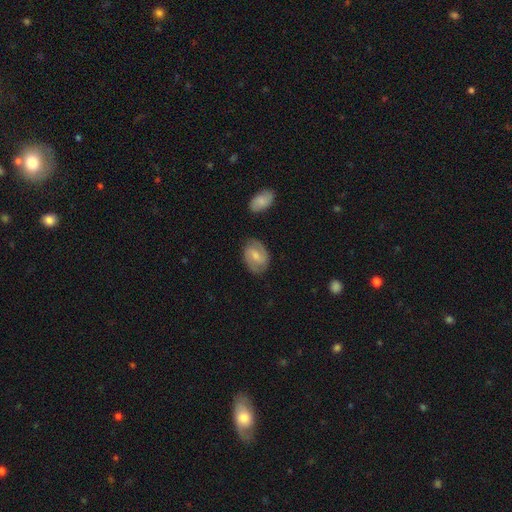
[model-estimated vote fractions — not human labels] A featured or disk galaxy (61%) with a weak bar (56%), 2 (85%) medium (48%) spiral arms (89%) and a moderate central bulge (44%).

Vote fractions:
- Smooth or featured? featured or disk: 61% / smooth: 32% / star or artifact: 6%
- Edge-on disk? no: 97% / yes: 3%
- Bar? weak: 56% / no: 24% / strong: 19%
- Spiral arms? yes: 89% / no: 11%
- Spiral winding? medium: 48% / tight: 33% / loose: 19%
- Spiral arm count? 2: 85% / can't tell: 9% / 1: 3% / 3: 2% / 4: 1% / more than 4: 1%
- Bulge size? moderate: 44% / small: 42% / none: 8% / large: 4% / dominant: 1%
- Merging? none: 79% / minor disturbance: 14% / major disturbance: 4% / merger: 2%